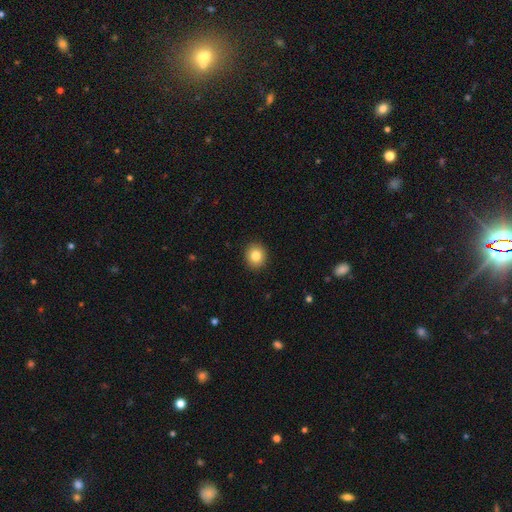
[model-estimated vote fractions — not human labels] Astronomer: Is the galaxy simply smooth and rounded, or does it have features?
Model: smooth — 84%.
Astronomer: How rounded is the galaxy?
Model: round — 81%.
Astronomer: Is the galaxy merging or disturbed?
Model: none — 92%.